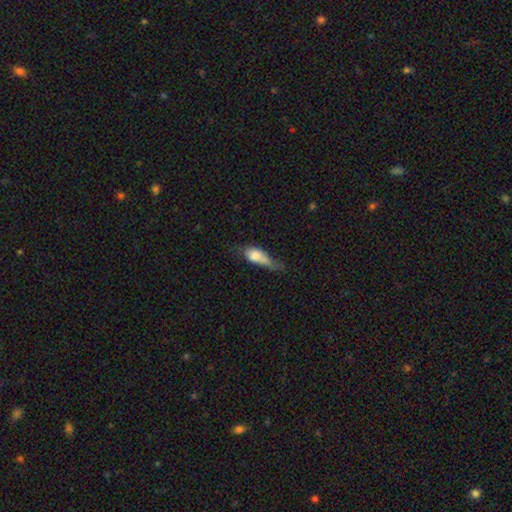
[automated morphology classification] Smooth or featured? Predicted: smooth (p=0.69). How rounded? Predicted: in between (p=0.69). Merging? Predicted: major disturbance (p=0.37).